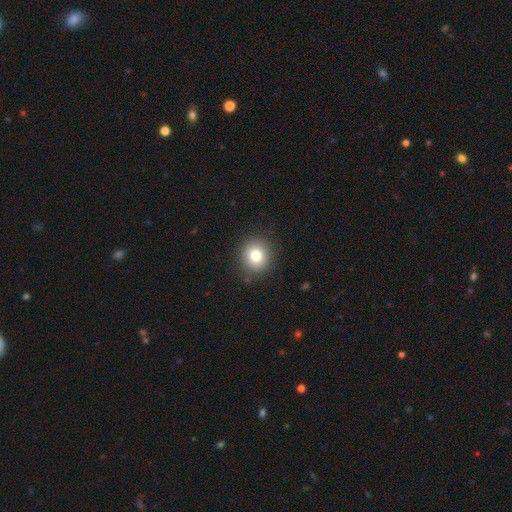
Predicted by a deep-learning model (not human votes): Smooth or featured: smooth — 82% (star or artifact — 10%)
How rounded: round — 85% (in between — 14%)
Merging: none — 88% (minor disturbance — 8%)